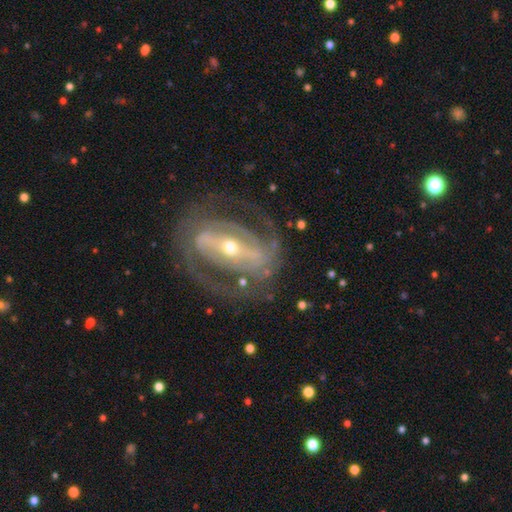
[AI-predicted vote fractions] featured or disk 89%, smooth 6%, star or artifact 5%. Down the decision tree: edge-on disk — no (94%); bar — strong (70%); spiral arms — yes (88%); spiral arm count — 2 (77%); spiral winding — medium (45%); bulge size — small (51%); merging — none (71%).